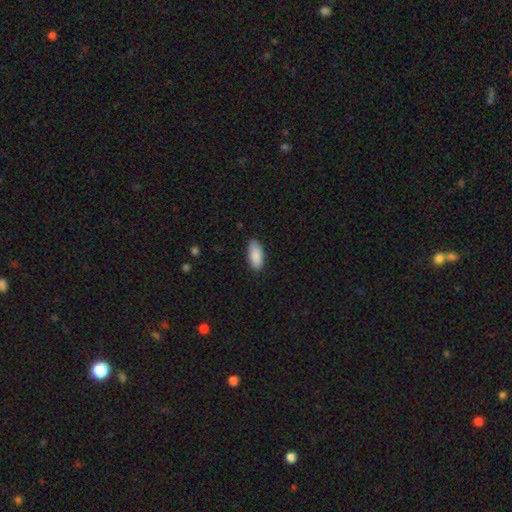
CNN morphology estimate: Overall: smooth (89%). How rounded: in between (88%). Merging: none (85%).